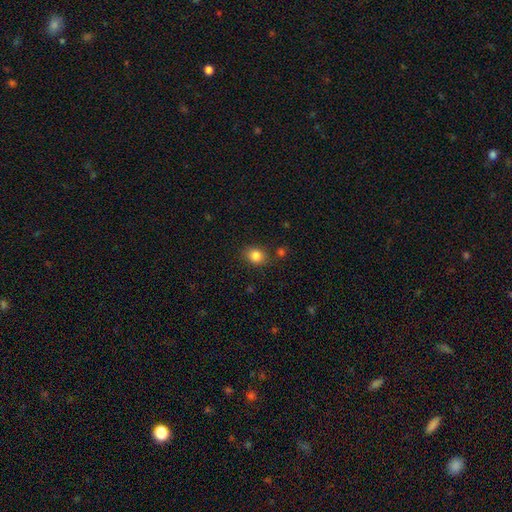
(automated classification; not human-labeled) This is clearly a smooth galaxy (84%). How rounded: likely round (61%). Merging: likely none (80%).